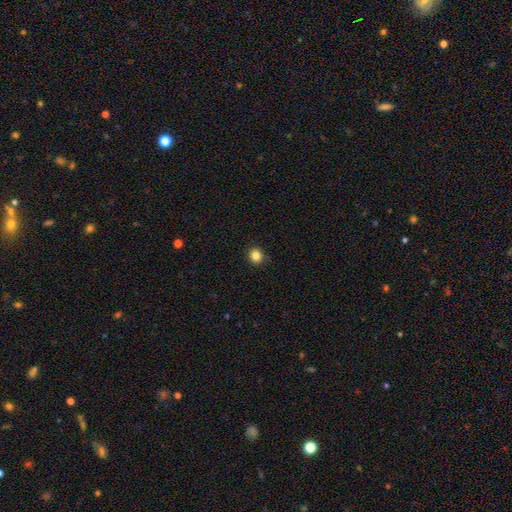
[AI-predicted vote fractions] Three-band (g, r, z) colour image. It shows a smooth galaxy with no disk features (84%) that is round (87%). Merging: none (88%).